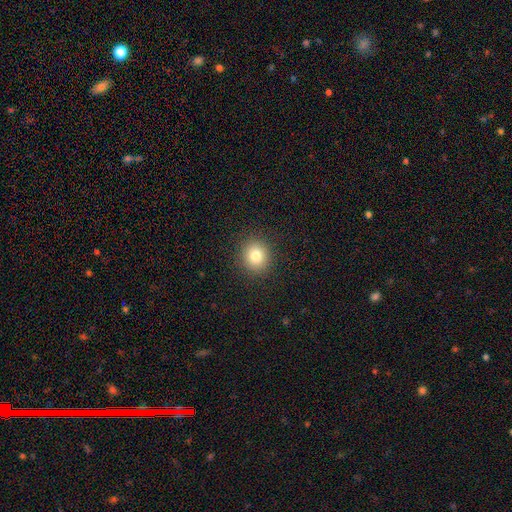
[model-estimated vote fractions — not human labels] smooth 80%, star or artifact 12%, featured or disk 8%. Down the decision tree: how rounded — round (88%); merging — none (91%).